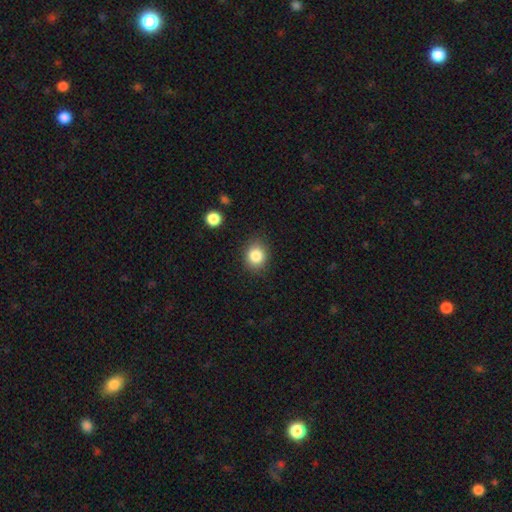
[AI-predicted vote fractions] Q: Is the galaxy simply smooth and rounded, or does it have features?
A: smooth — 85%.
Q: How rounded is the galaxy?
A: round — 74%.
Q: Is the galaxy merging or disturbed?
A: none — 85%.